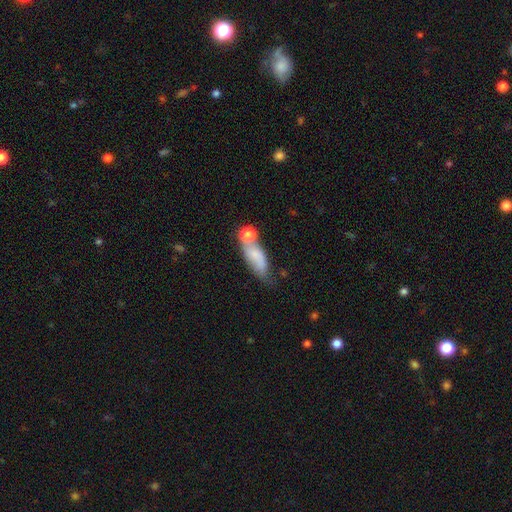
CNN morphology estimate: Smooth or featured: smooth — 68% (featured or disk — 24%)
How rounded: in between — 65% (cigar-shaped — 29%)
Merging: none — 36% (merger — 32%)